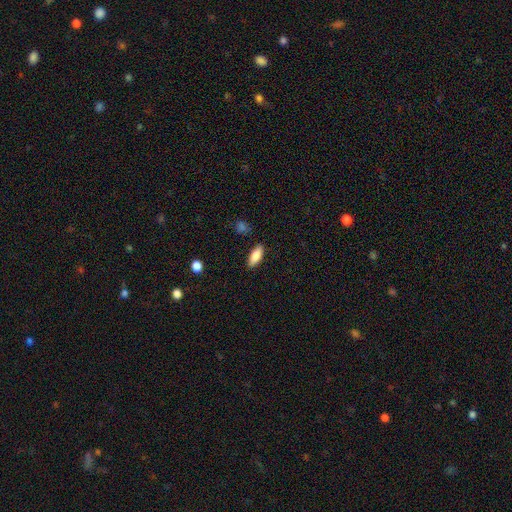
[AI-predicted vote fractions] A smooth galaxy with no disk features (85%) that is in between round and cigar-shaped (78%).

Vote fractions:
- Smooth or featured? smooth: 85% / featured or disk: 8% / star or artifact: 7%
- How rounded? in between: 78% / cigar-shaped: 20% / round: 2%
- Merging? none: 86% / minor disturbance: 10% / major disturbance: 2% / merger: 2%